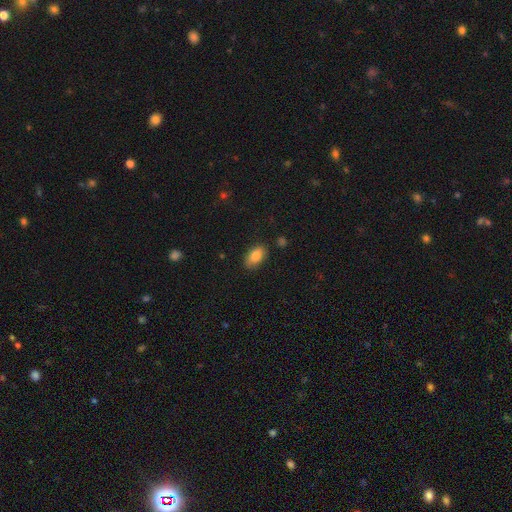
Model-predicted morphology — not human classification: A smooth galaxy with no disk features (84%) that is in between round and cigar-shaped (91%). Merging: none (85%).